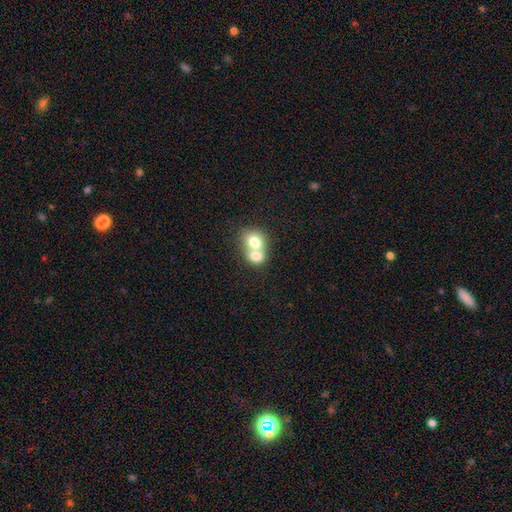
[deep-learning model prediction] Smooth or featured: smooth — 73% (featured or disk — 19%)
How rounded: round — 54% (in between — 45%)
Merging: merger — 74% (none — 18%)